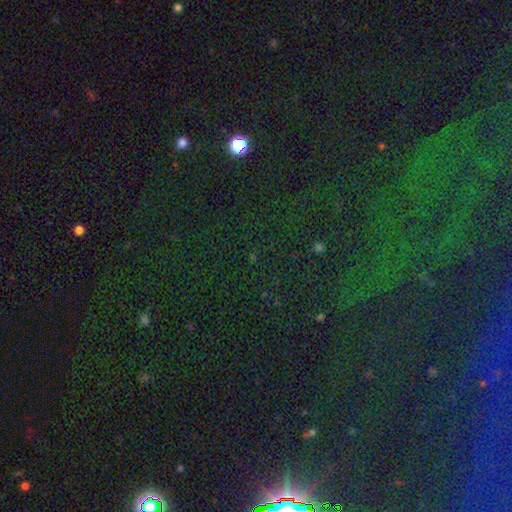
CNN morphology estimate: smooth_or_featured: star or artifact (p=0.81) [alt: smooth p=0.11]